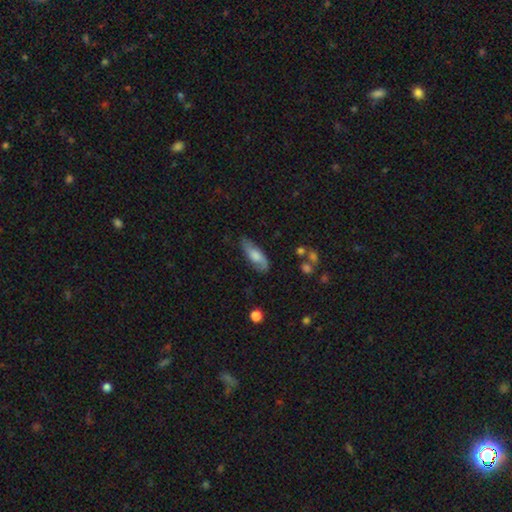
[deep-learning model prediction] smooth-or-featured: smooth: 50% | featured or disk: 43% | star or artifact: 6%
  how-rounded: in between: 66% | cigar-shaped: 31% | round: 3%
  merging: none: 73% | minor disturbance: 20% | major disturbance: 5% | merger: 2%